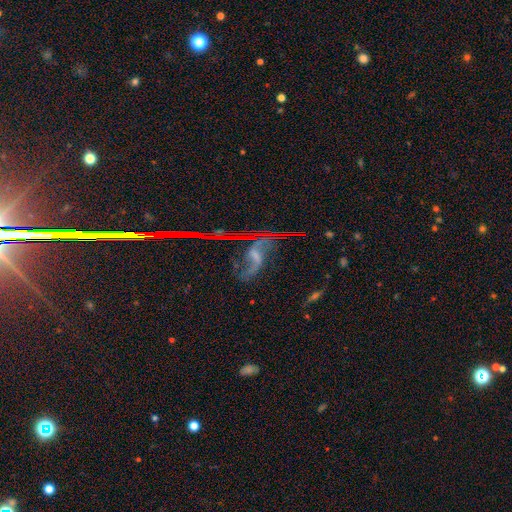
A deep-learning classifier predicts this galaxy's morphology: The model was most divided on "bulge size": small: 40%, none: 33%, moderate: 21%, large: 4%, dominant: 2%. Remaining: edge-on disk — no (90%); spiral arms — yes (76%); smooth or featured — featured or disk (62%); bar — no (45%); merging — none (41%).